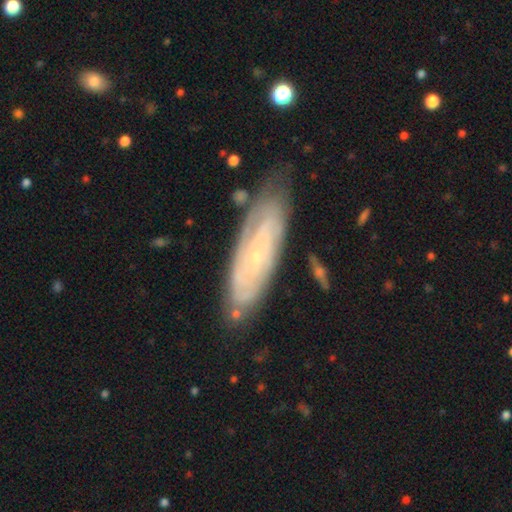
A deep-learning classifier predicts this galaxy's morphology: Smooth or featured: featured or disk — 75% (smooth — 18%)
Edge-on disk: no — 83% (yes — 17%)
Bar: no — 76% (weak — 18%)
Spiral arms: yes — 88% (no — 12%)
Spiral winding: tight — 76% (medium — 19%)
Spiral arm count: can't tell — 56% (2 — 20%)
Bulge size: small — 86% (moderate — 10%)
Merging: none — 72% (minor disturbance — 20%)